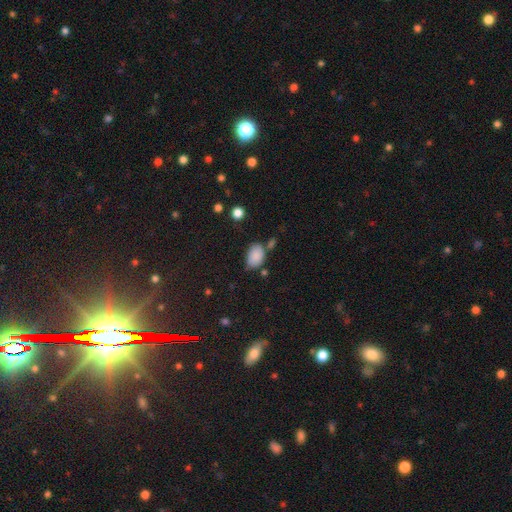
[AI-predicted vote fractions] Morphology: type=smooth (86%); roundness=in between (86%); merging=none (62%).